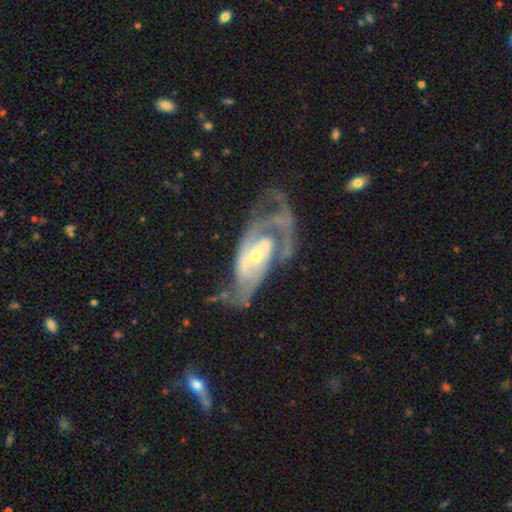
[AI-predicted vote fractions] The model was most divided on "spiral winding": medium: 42%, tight: 41%, loose: 17%. Remaining: edge-on disk — no (95%); spiral arms — yes (93%); smooth or featured — featured or disk (87%); spiral arm count — 2 (60%); bulge size — small (60%); bar — no (55%); merging — none (43%).